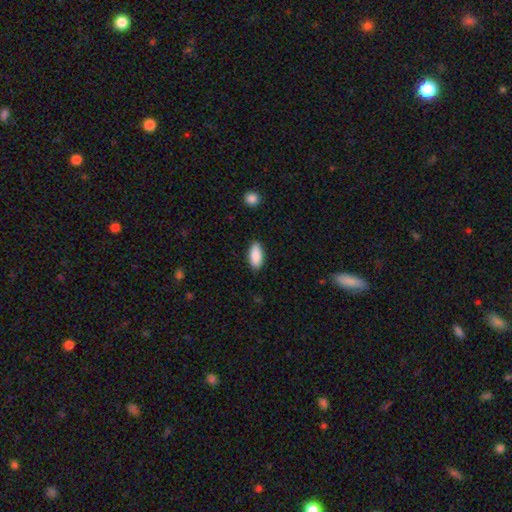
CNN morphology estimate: Smooth or featured: smooth — 89% (star or artifact — 6%)
How rounded: in between — 88% (cigar-shaped — 10%)
Merging: none — 86% (minor disturbance — 10%)